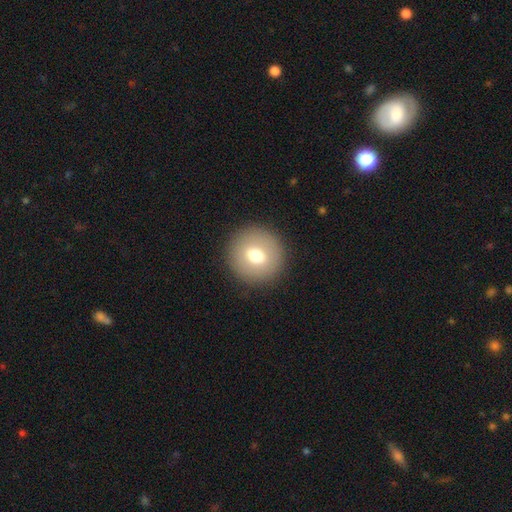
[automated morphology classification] smooth-or-featured: smooth: 71% | featured or disk: 19% | star or artifact: 10%
  how-rounded: round: 94% | in between: 5% | cigar-shaped: 1%
  merging: none: 91% | minor disturbance: 5% | major disturbance: 3% | merger: 1%